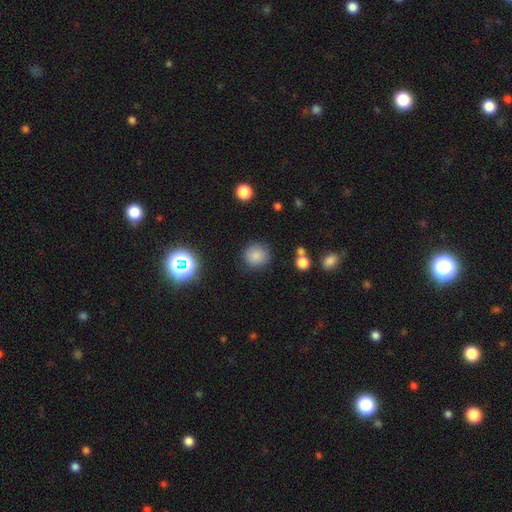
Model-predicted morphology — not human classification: type=smooth (82%); roundness=round (91%); merging=none (85%).